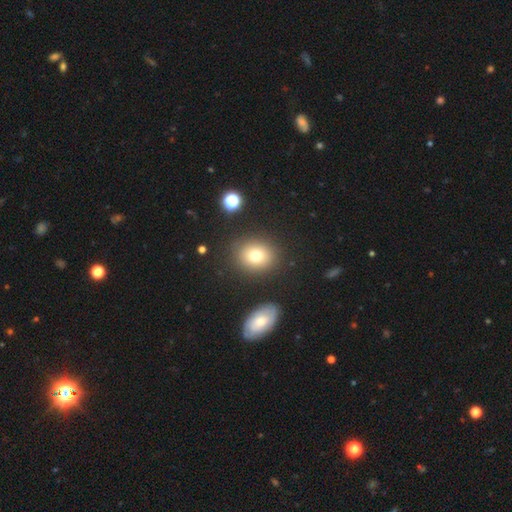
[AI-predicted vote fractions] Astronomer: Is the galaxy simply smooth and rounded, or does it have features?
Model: smooth — 77%.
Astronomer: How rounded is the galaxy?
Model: round — 57% (runner-up: in between, 42%).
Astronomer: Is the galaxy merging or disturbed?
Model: none — 84%.